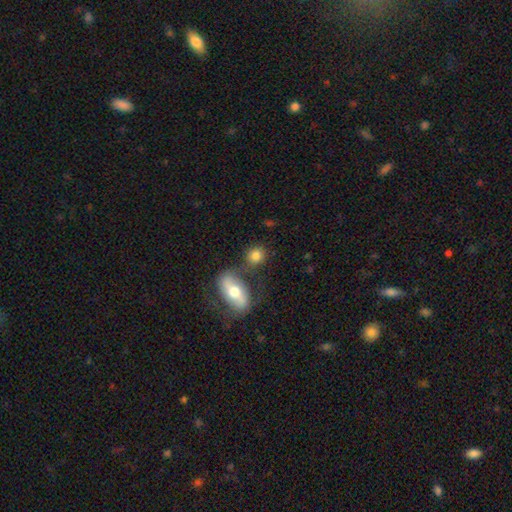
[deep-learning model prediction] Smooth or featured: smooth — 78% (featured or disk — 14%)
How rounded: round — 68% (in between — 29%)
Merging: none — 68% (merger — 16%)